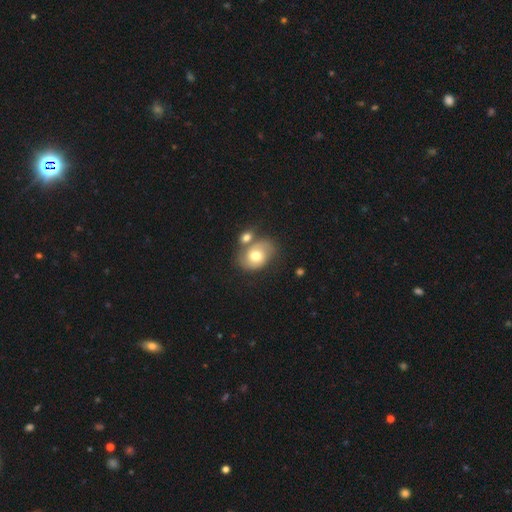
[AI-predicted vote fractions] smooth_or_featured: smooth (p=0.48) [alt: featured or disk p=0.44]
merging: none (p=0.43) [alt: merger p=0.32]